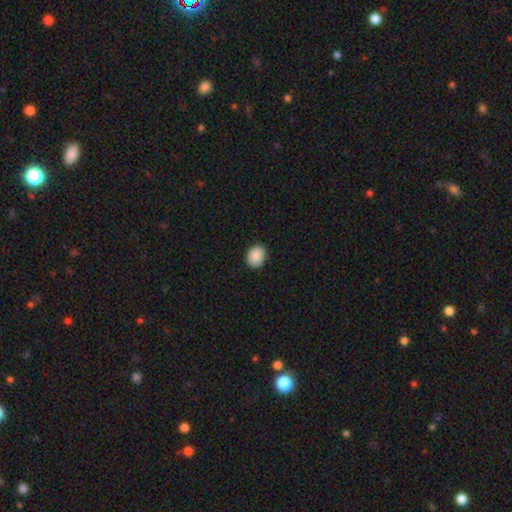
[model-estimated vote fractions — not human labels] This is clearly a smooth galaxy (90%). How rounded: possibly in between (56%). Merging: clearly none (87%).